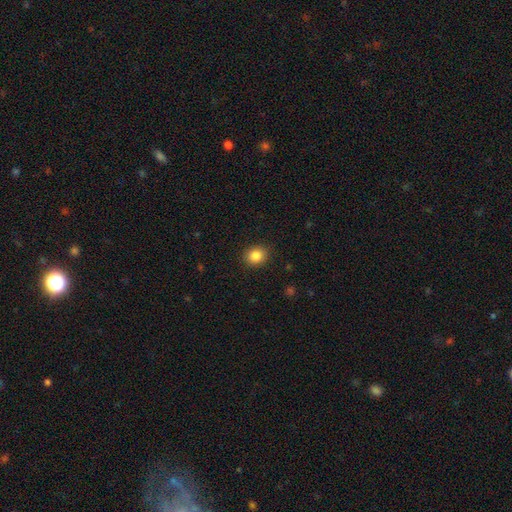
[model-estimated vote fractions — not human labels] This appears to be a smooth galaxy with no disk features (85%) that is round (70%). Merging: none (89%).